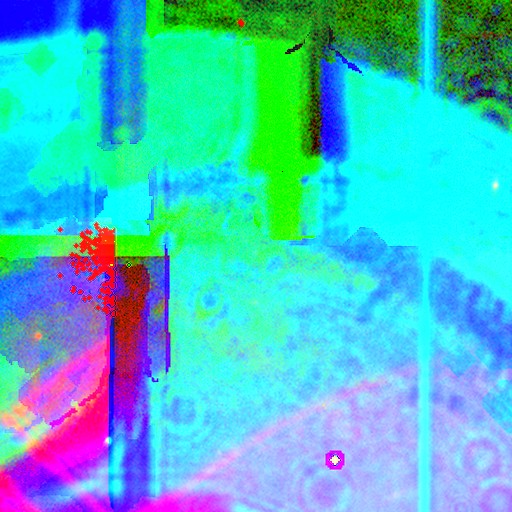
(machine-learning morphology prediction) Smooth or featured: star or artifact — 87% (featured or disk — 8%)